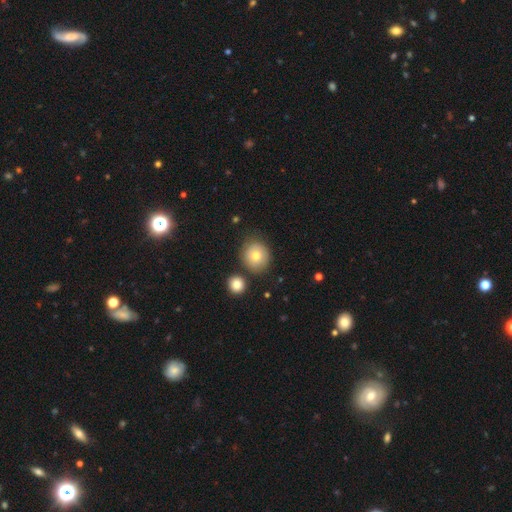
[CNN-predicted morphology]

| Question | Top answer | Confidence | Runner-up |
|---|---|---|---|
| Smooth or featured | smooth | 76% | featured or disk (14%) |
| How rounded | round | 88% | in between (12%) |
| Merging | none | 78% | minor disturbance (11%) |